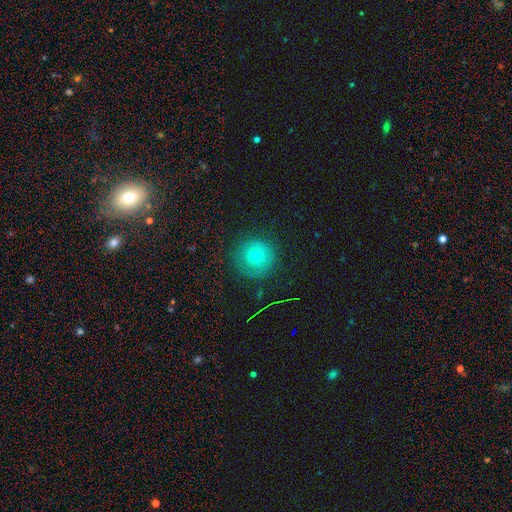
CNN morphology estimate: Smooth or featured: smooth — 64% (featured or disk — 20%)
How rounded: round — 95% (in between — 4%)
Merging: none — 84% (minor disturbance — 10%)